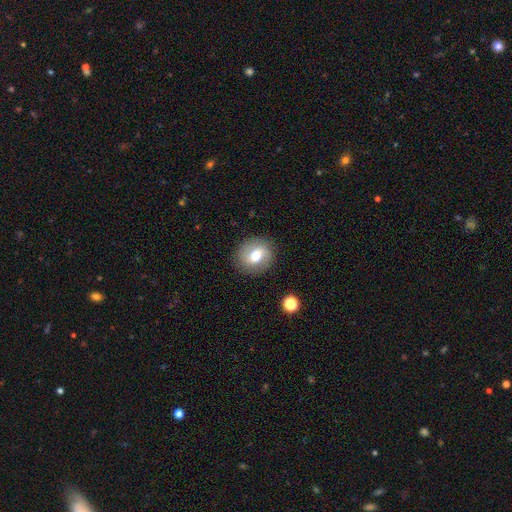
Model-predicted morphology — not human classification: Q: Smooth or featured?
A: smooth (53%); runner-up: featured or disk (38%)
Q: How rounded?
A: round (75%); runner-up: in between (23%)
Q: Merging?
A: none (86%); runner-up: minor disturbance (9%)